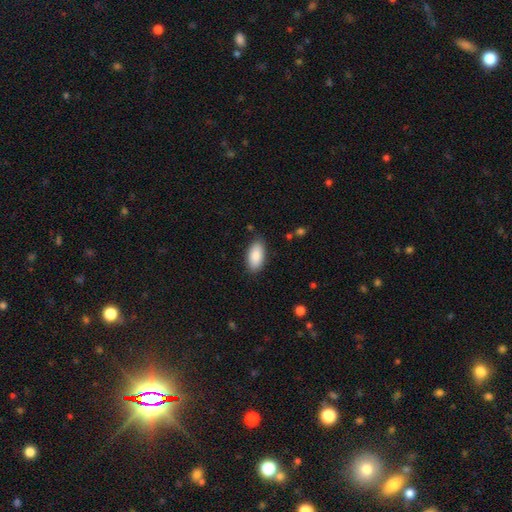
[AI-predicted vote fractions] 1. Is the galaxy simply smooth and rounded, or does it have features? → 88% smooth, 6% star or artifact, 6% featured or disk.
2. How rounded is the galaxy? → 92% in between, 5% cigar-shaped, 2% round.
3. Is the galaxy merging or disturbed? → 85% none, 11% minor disturbance, 3% major disturbance, 1% merger.